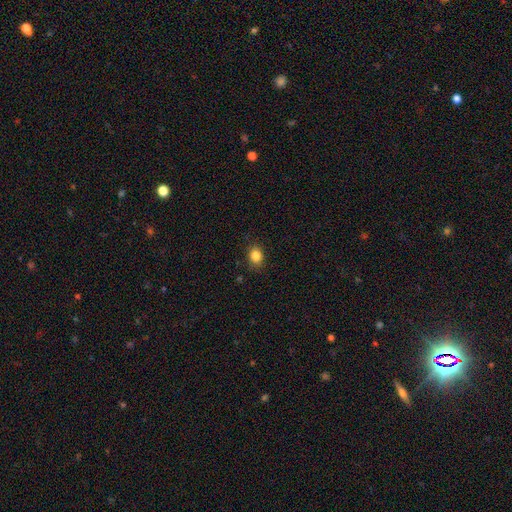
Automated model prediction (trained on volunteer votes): Smooth or featured?
  - smooth: 85% *
  - star or artifact: 10%
  - featured or disk: 5%
How rounded?
  - round: 50% *
  - in between: 49%
  - cigar-shaped: 1%
Merging?
  - none: 87% *
  - minor disturbance: 10%
  - major disturbance: 2%
  - merger: 1%